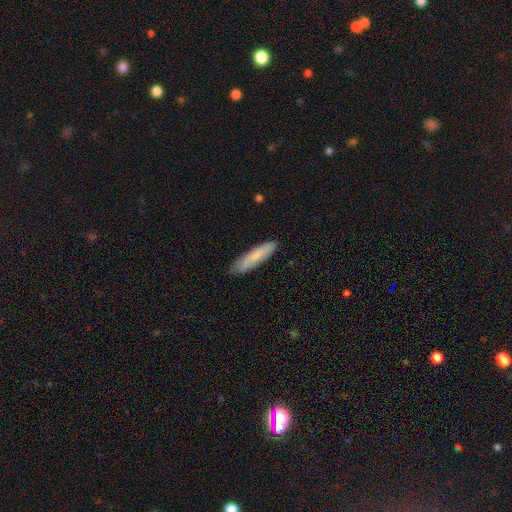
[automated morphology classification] The model was most divided on "how rounded": cigar-shaped: 79%, in between: 19%, round: 1%. More confident: merging — none (83%); smooth or featured — smooth (80%).